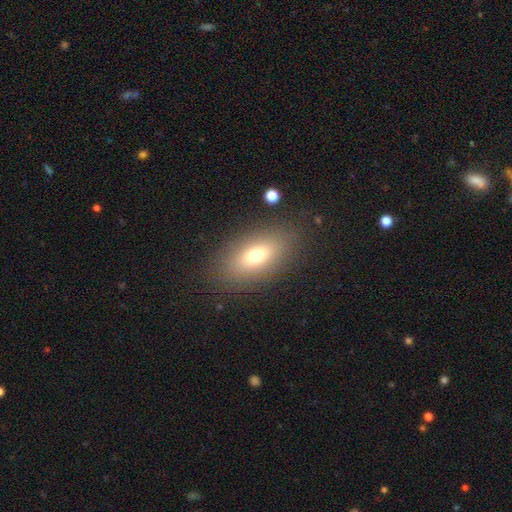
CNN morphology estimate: Overall: smooth (70%). How rounded: in between (86%). Merging: none (84%).